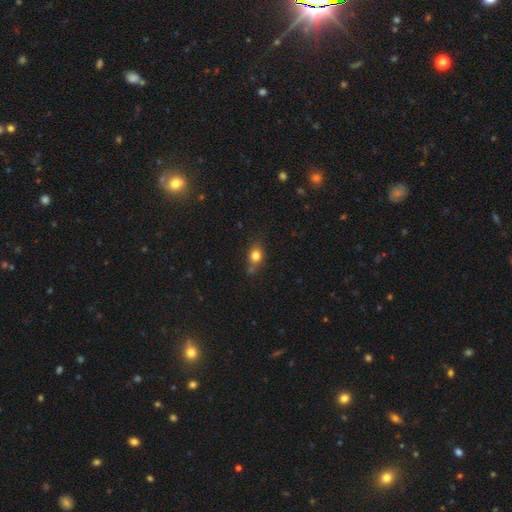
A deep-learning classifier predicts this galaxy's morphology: This is likely a smooth galaxy (79%). How rounded: possibly round (53%). Merging: likely none (63%).